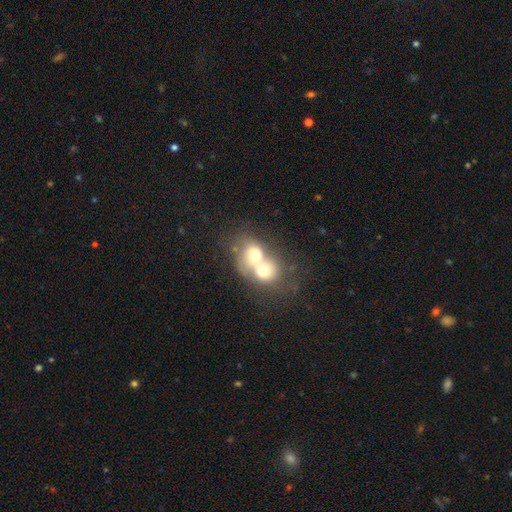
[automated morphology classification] Smooth or featured: smooth — 58% (featured or disk — 33%)
How rounded: round — 56% (in between — 43%)
Merging: merger — 81% (none — 10%)